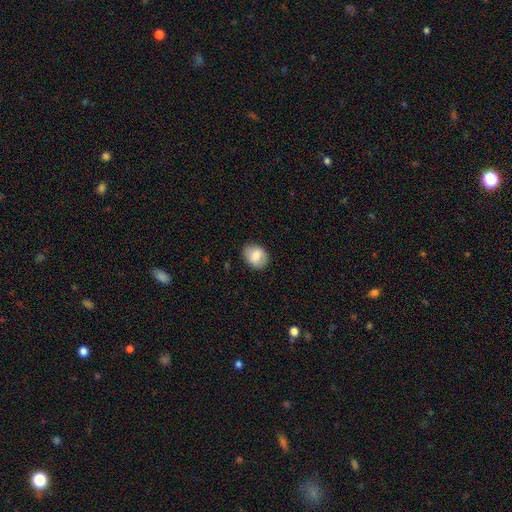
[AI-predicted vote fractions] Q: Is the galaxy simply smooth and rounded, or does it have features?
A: smooth — 78%.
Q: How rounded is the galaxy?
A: in between — 55%.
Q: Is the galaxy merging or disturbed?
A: none — 84%.